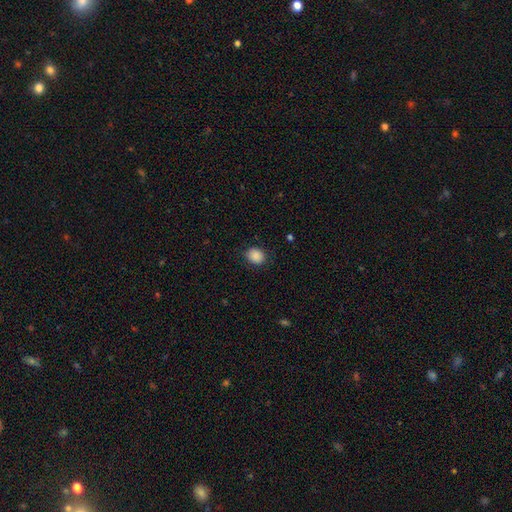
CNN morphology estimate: Smooth or featured?
  - smooth: 88% *
  - star or artifact: 9%
  - featured or disk: 3%
How rounded?
  - round: 69% *
  - in between: 30%
  - cigar-shaped: 1%
Merging?
  - none: 86% *
  - minor disturbance: 10%
  - major disturbance: 3%
  - merger: 1%